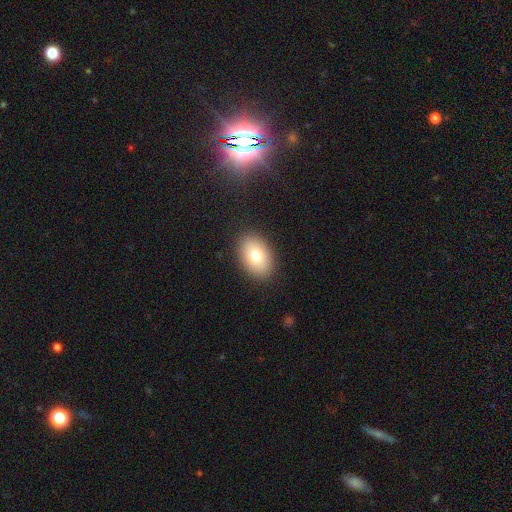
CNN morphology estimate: Smooth or featured?
  - smooth: 78% *
  - featured or disk: 13%
  - star or artifact: 8%
How rounded?
  - in between: 87% *
  - round: 12%
  - cigar-shaped: 1%
Merging?
  - none: 89% *
  - minor disturbance: 8%
  - major disturbance: 2%
  - merger: 1%